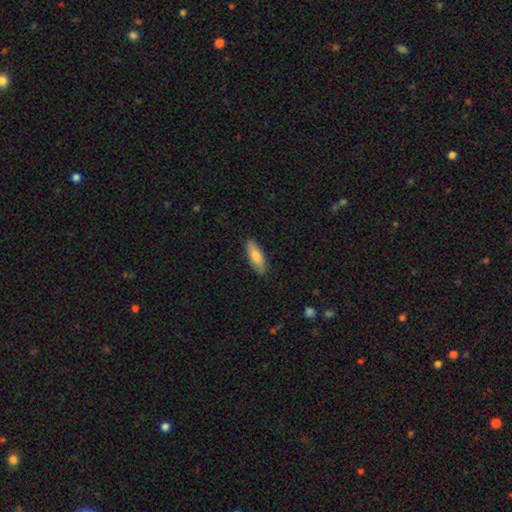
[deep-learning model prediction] Smooth or featured: smooth — 78% (featured or disk — 17%)
How rounded: in between — 63% (cigar-shaped — 35%)
Merging: none — 86% (minor disturbance — 11%)